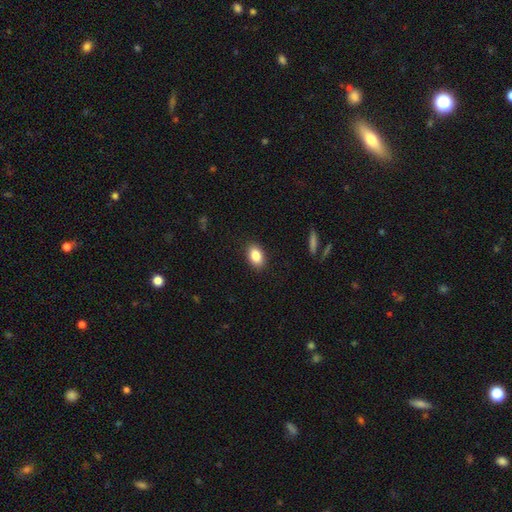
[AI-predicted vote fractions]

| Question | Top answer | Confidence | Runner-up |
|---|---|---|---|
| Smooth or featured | smooth | 85% | star or artifact (8%) |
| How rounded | in between | 86% | round (12%) |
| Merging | none | 89% | minor disturbance (8%) |